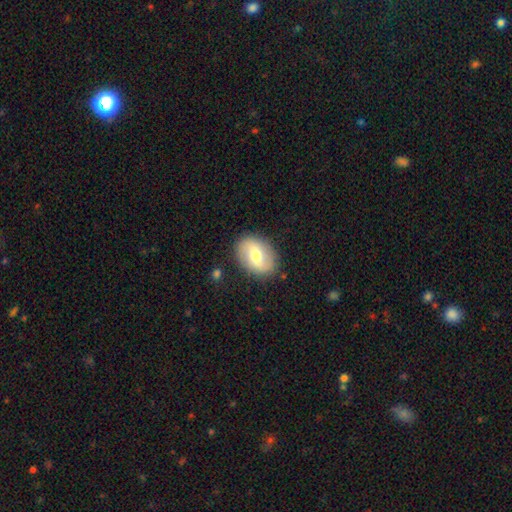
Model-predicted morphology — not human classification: Smooth or featured? featured or disk (49%)
Merging? none (85%)